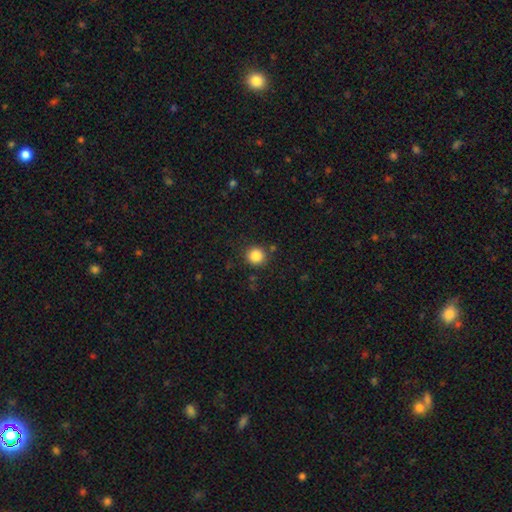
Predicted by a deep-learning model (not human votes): Smooth or featured? smooth (85%)
How rounded? round (93%)
Merging? none (87%)